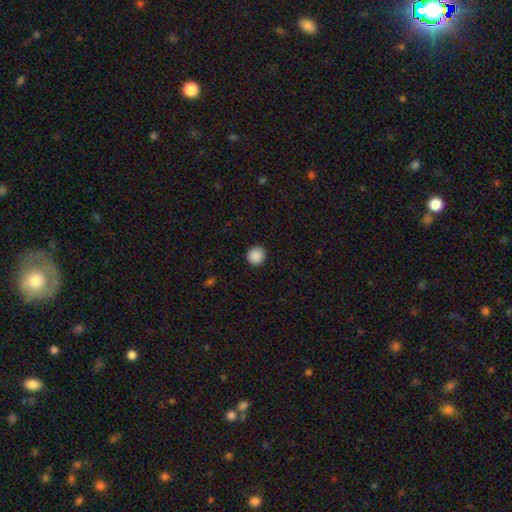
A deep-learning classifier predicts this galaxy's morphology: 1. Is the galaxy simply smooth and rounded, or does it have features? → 89% smooth, 8% star or artifact, 2% featured or disk.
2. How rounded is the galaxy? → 93% round, 6% in between, 1% cigar-shaped.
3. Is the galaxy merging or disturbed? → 92% none, 5% minor disturbance, 2% major disturbance, 1% merger.